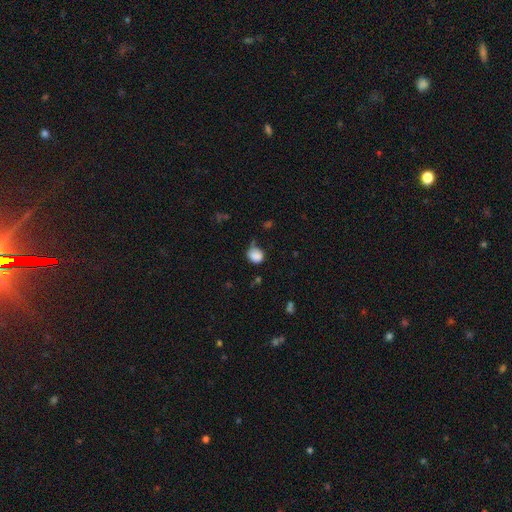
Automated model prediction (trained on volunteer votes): A smooth galaxy with no disk features (84%) that is round (64%).

Vote fractions:
- Smooth or featured? smooth: 84% / star or artifact: 9% / featured or disk: 7%
- How rounded? round: 64% / in between: 35% / cigar-shaped: 1%
- Merging? none: 47% / minor disturbance: 34% / major disturbance: 14% / merger: 5%